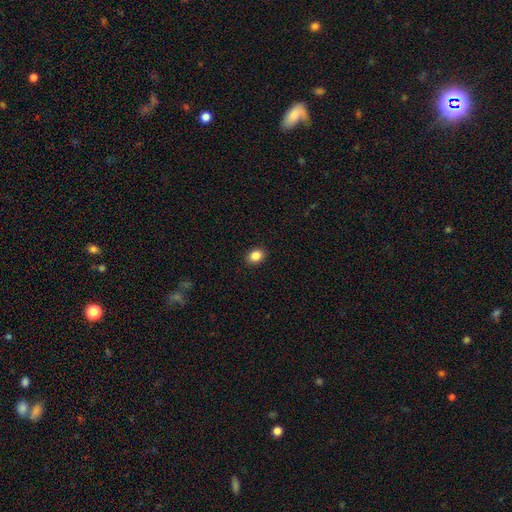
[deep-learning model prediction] Smooth or featured? smooth (87%)
How rounded? in between (55%)
Merging? none (91%)